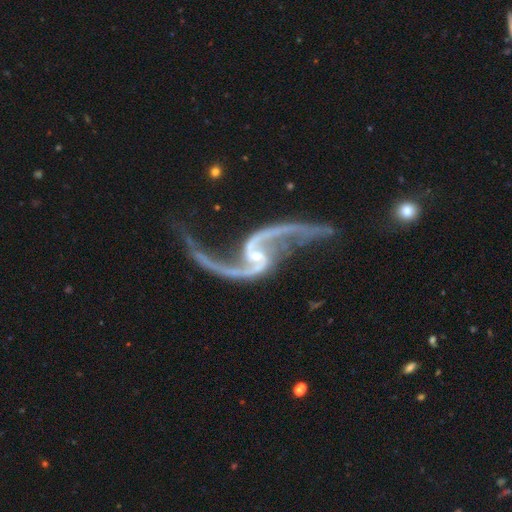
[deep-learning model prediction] Smooth or featured?
  - featured or disk: 94% *
  - star or artifact: 4%
  - smooth: 2%
Edge-on disk?
  - no: 97% *
  - yes: 3%
Bar?
  - weak: 43% *
  - no: 36%
  - strong: 21%
Spiral arms?
  - yes: 98% *
  - no: 2%
Spiral winding?
  - loose: 87% *
  - medium: 10%
  - tight: 3%
Spiral arm count?
  - 2: 95% *
  - 1: 1%
  - can't tell: 1%
  - 3: 1%
  - 4: 1%
  - more than 4: 1%
Bulge size?
  - small: 73% *
  - moderate: 16%
  - none: 8%
  - large: 2%
  - dominant: 1%
Merging?
  - none: 64% *
  - minor disturbance: 17%
  - major disturbance: 14%
  - merger: 6%